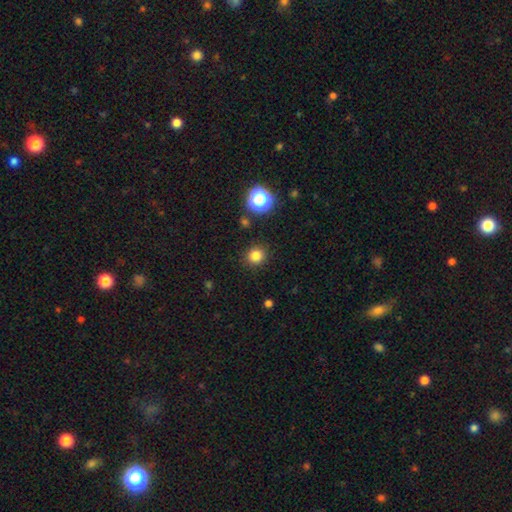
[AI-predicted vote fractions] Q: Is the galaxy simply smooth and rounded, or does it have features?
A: smooth — 81%.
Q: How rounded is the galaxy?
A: round — 89%.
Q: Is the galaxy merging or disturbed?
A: none — 90%.